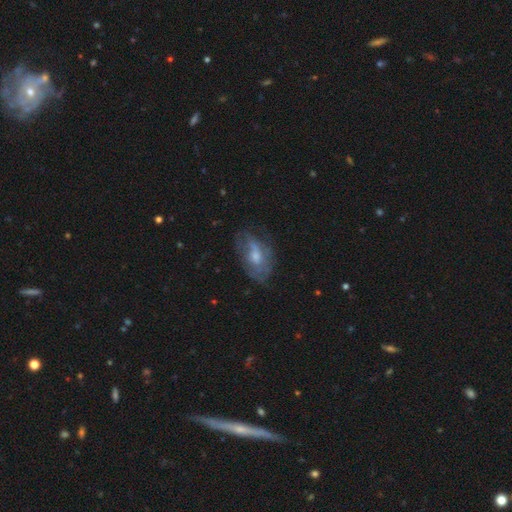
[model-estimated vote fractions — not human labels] Smooth or featured? featured or disk (55%)
Edge-on disk? no (93%)
Bar? no (66%)
Spiral arms? yes (52%)
Bulge size? moderate (50%)
Merging? none (54%)